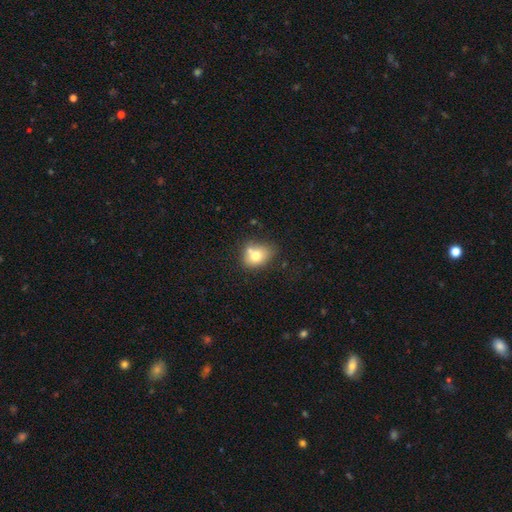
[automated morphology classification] Smooth or featured? smooth (72%)
How rounded? in between (52%)
Merging? none (50%)